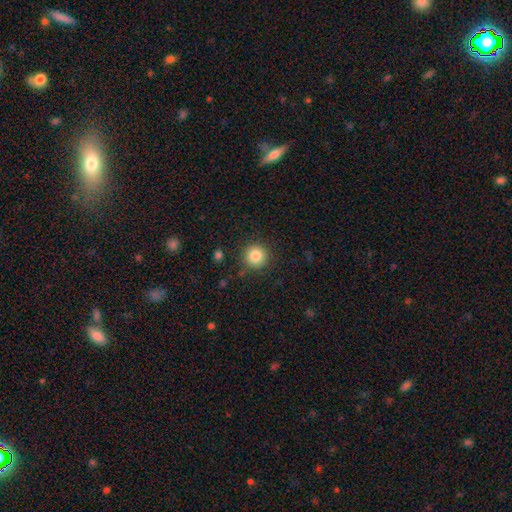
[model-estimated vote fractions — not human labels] Overall: smooth (84%). How rounded: round (95%). Merging: none (88%).